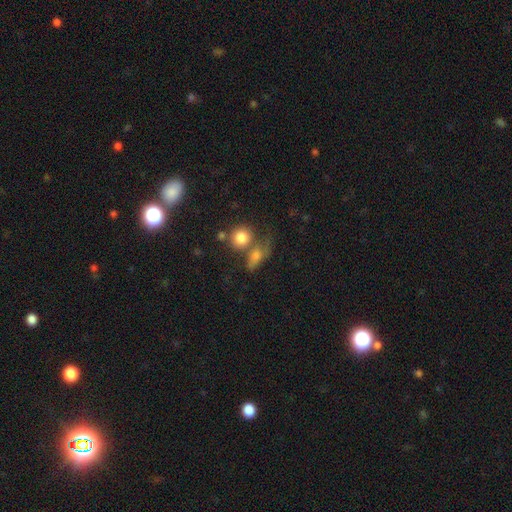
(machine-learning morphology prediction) A smooth galaxy with no disk features (70%) that is in between round and cigar-shaped (56%). Merging: none (37%).